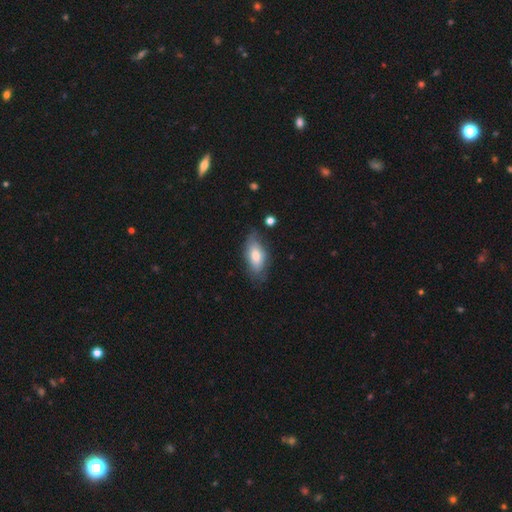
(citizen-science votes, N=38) Overall: smooth (71%). How rounded: in between (81%). Merging: none (58%; minor disturbance 39%).